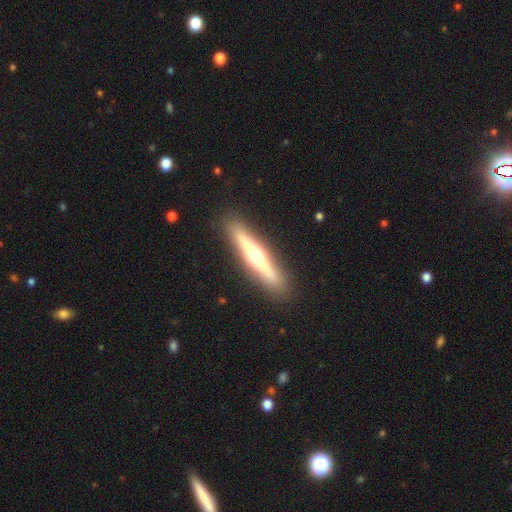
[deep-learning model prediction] featured or disk 66%, smooth 29%, star or artifact 5%. Down the decision tree: edge-on disk — yes (96%); edge-on bulge — rounded (91%); merging — none (91%).